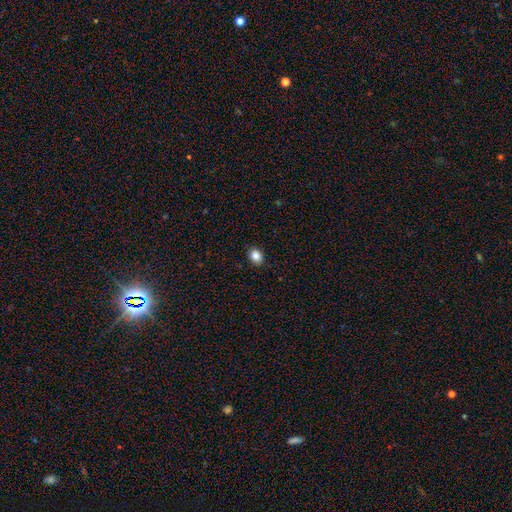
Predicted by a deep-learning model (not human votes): Q: Smooth or featured?
A: smooth (86%); runner-up: star or artifact (10%)
Q: How rounded?
A: in between (55%); runner-up: round (44%)
Q: Merging?
A: none (90%); runner-up: minor disturbance (7%)